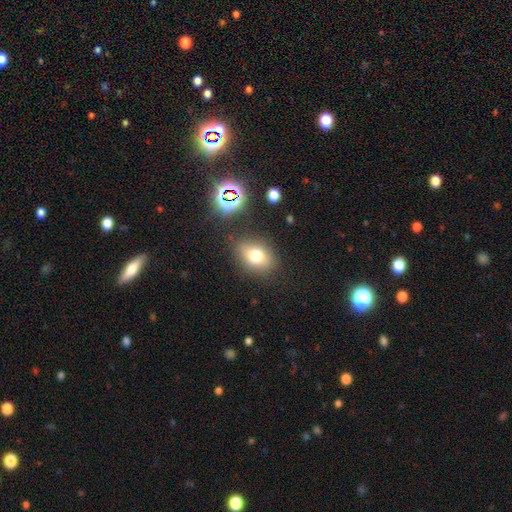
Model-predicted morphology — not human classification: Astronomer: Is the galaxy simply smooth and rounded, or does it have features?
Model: smooth — 73%.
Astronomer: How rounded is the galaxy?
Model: in between — 69%.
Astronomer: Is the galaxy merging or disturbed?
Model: none — 79%.